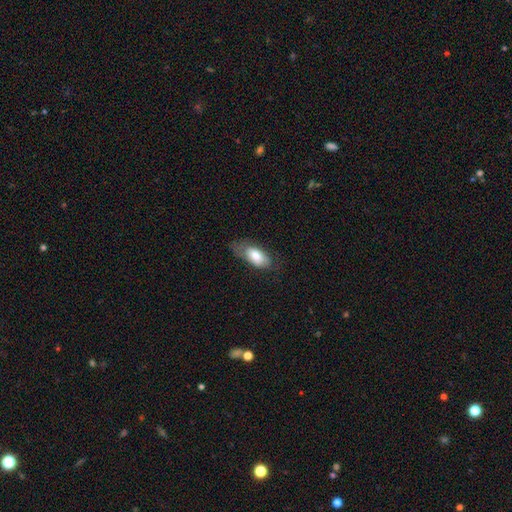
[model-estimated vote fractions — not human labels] This is likely a smooth galaxy (74%). How rounded: clearly in between (89%). Merging: possibly none (54%).